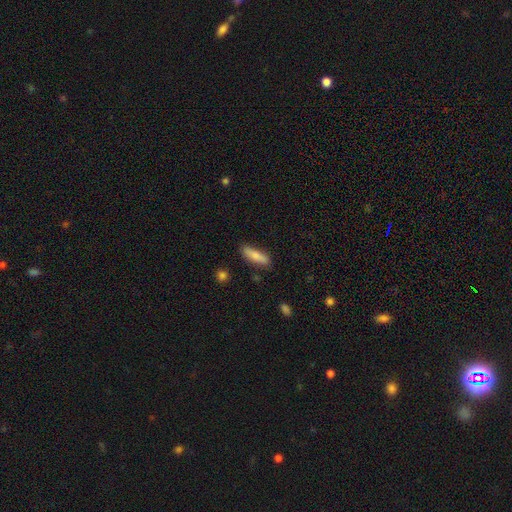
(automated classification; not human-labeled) This appears to be a smooth galaxy with no disk features (81%) that is cigar-shaped (64%). Merging: none (82%).